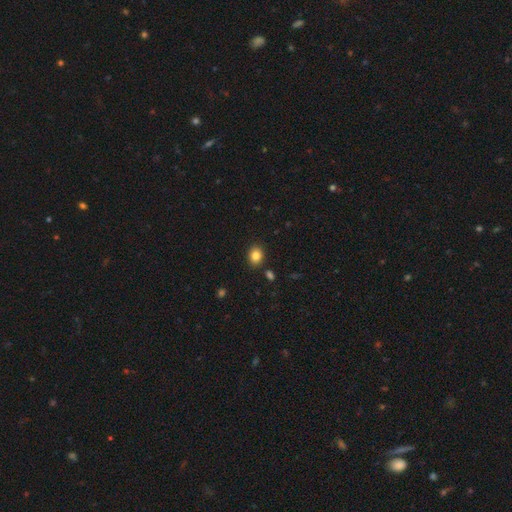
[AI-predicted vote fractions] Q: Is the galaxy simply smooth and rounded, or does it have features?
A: smooth — 84%.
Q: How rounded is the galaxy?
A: round — 54%.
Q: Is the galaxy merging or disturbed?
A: none — 87%.